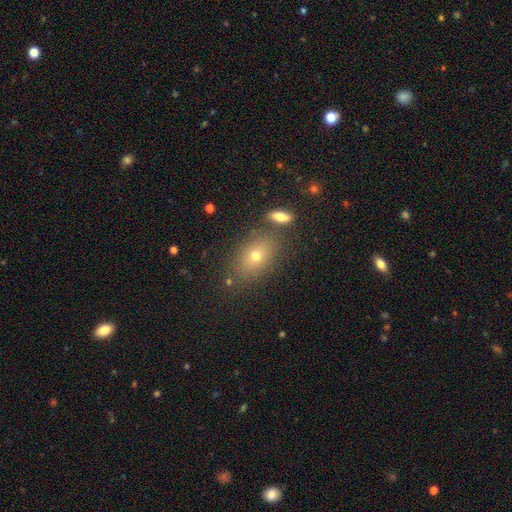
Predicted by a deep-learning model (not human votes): This appears to be a smooth galaxy with no disk features (64%) that is in between round and cigar-shaped (75%). Merging: none (74%).